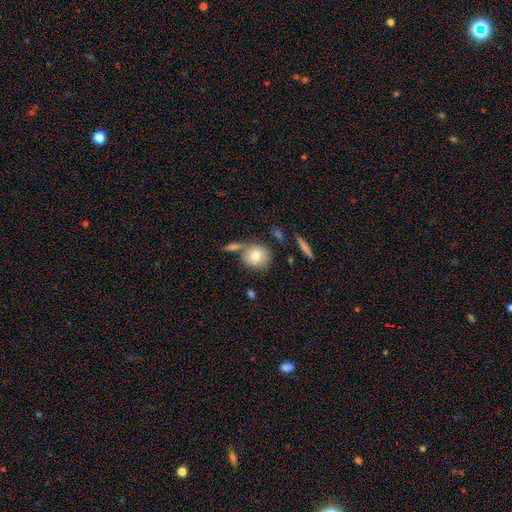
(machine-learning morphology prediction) This is likely a smooth galaxy (76%). How rounded: clearly round (85%). Merging: likely none (60%).